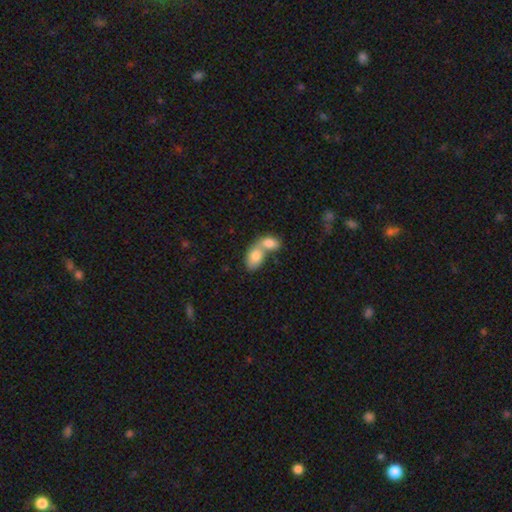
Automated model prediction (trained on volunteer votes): A smooth galaxy with no disk features (79%) that is in between round and cigar-shaped (84%).

Vote fractions:
- Smooth or featured? smooth: 79% / featured or disk: 14% / star or artifact: 6%
- How rounded? in between: 84% / round: 14% / cigar-shaped: 2%
- Merging? merger: 76% / none: 16% / minor disturbance: 5% / major disturbance: 3%